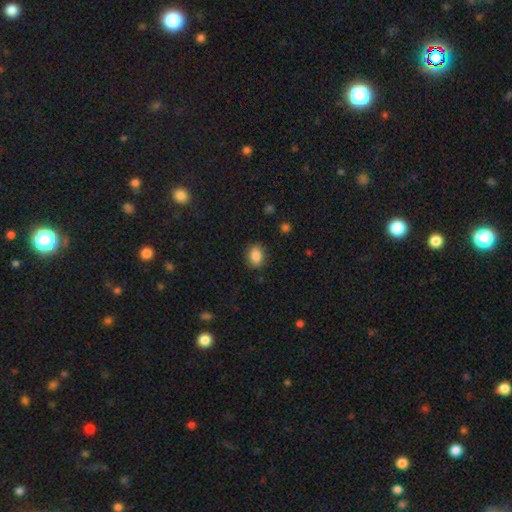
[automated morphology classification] smooth-or-featured: smooth: 85% | star or artifact: 9% | featured or disk: 6%
  how-rounded: in between: 69% | round: 30% | cigar-shaped: 1%
  merging: none: 85% | minor disturbance: 11% | major disturbance: 3% | merger: 1%